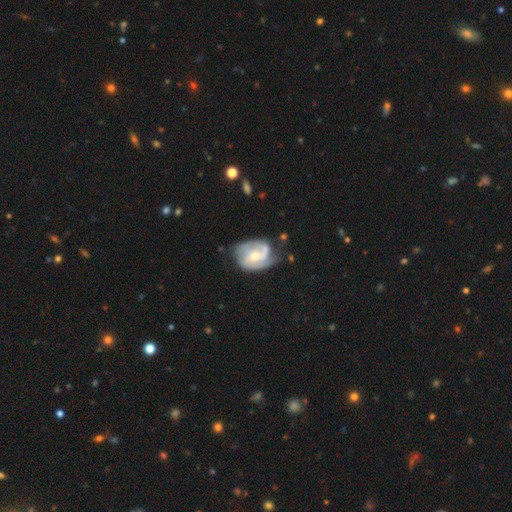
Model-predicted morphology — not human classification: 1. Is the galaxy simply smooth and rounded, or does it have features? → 77% featured or disk, 17% smooth, 5% star or artifact.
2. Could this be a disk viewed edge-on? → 98% no, 2% yes.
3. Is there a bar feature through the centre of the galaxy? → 54% no, 38% weak, 9% strong.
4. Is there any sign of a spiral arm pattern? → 90% yes, 10% no.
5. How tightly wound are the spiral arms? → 43% medium, 37% tight, 20% loose.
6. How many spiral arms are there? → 47% 2, 21% can't tell, 19% 3, 7% 1, 3% 4, 3% more than 4.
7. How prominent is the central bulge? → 51% moderate, 43% small, 3% large, 2% none, 1% dominant.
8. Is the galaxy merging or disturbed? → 50% none, 30% minor disturbance, 16% major disturbance, 3% merger.